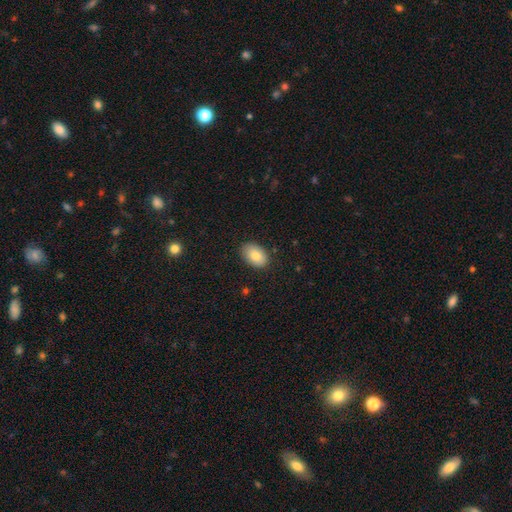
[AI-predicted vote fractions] A smooth galaxy with no disk features (83%) that is in between round and cigar-shaped (88%).

Vote fractions:
- Smooth or featured? smooth: 83% / featured or disk: 10% / star or artifact: 7%
- How rounded? in between: 88% / round: 10% / cigar-shaped: 1%
- Merging? none: 85% / minor disturbance: 12% / major disturbance: 2% / merger: 1%